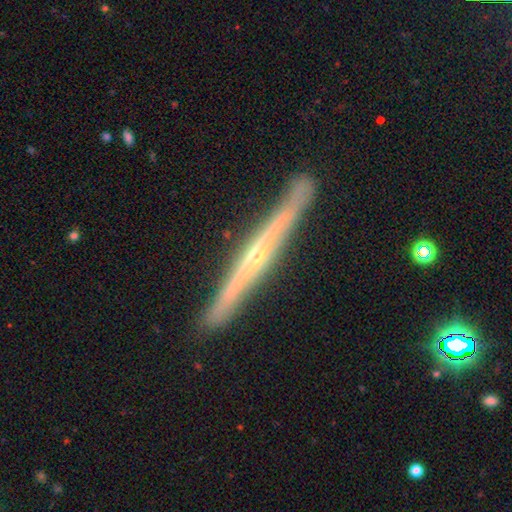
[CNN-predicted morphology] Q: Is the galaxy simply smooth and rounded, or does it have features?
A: featured or disk — 83%.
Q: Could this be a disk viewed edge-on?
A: yes — 97%.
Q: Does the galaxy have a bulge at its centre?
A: rounded — 72%.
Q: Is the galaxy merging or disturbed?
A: none — 89%.